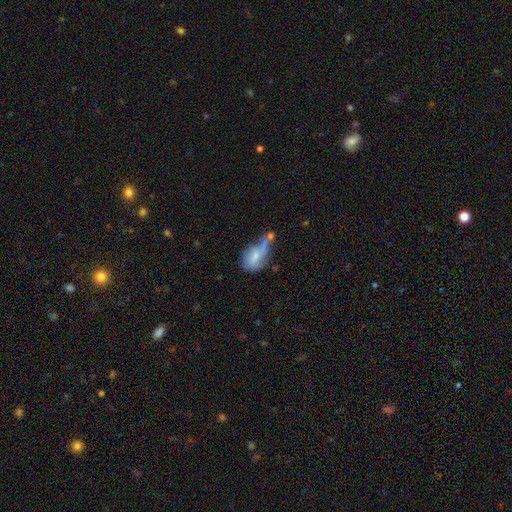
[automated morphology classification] smooth-or-featured: smooth: 53% | featured or disk: 37% | star or artifact: 10%
  how-rounded: in between: 79% | round: 15% | cigar-shaped: 6%
  merging: major disturbance: 29% | minor disturbance: 27% | merger: 23% | none: 22%